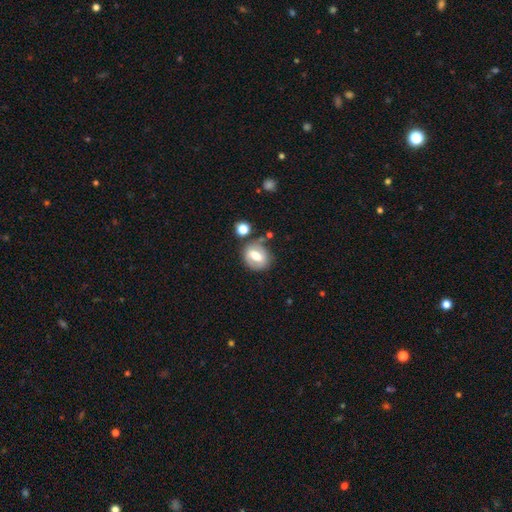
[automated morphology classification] smooth-or-featured: smooth: 50% | featured or disk: 42% | star or artifact: 9%
  merging: none: 66% | minor disturbance: 17% | merger: 10% | major disturbance: 7%